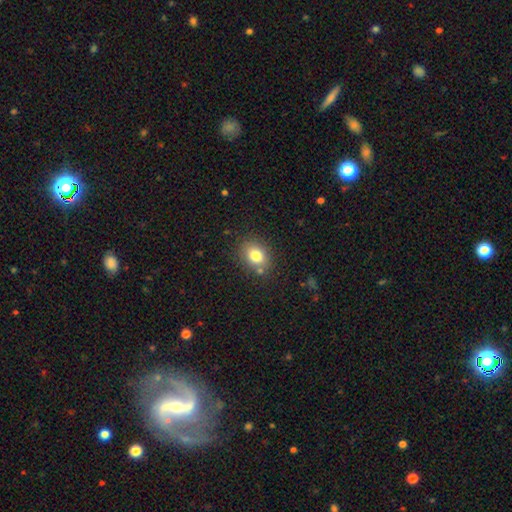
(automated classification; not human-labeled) A smooth galaxy with no disk features (79%) that is in between round and cigar-shaped (53%).

Vote fractions:
- Smooth or featured? smooth: 79% / star or artifact: 11% / featured or disk: 10%
- How rounded? in between: 53% / round: 46% / cigar-shaped: 1%
- Merging? none: 79% / minor disturbance: 12% / merger: 5% / major disturbance: 3%